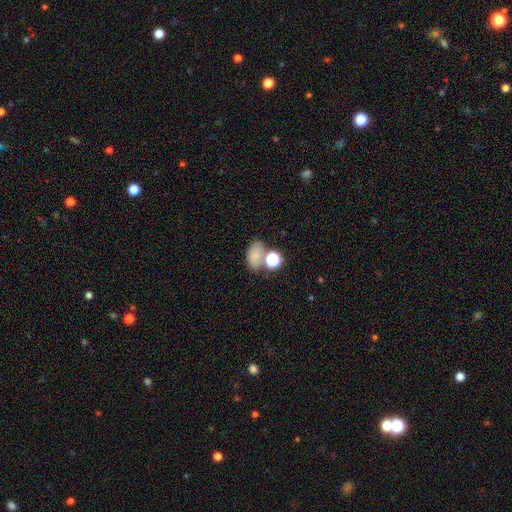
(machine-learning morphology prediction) A smooth galaxy with no disk features (75%) that is in between round and cigar-shaped (82%). Merging: none (55%).